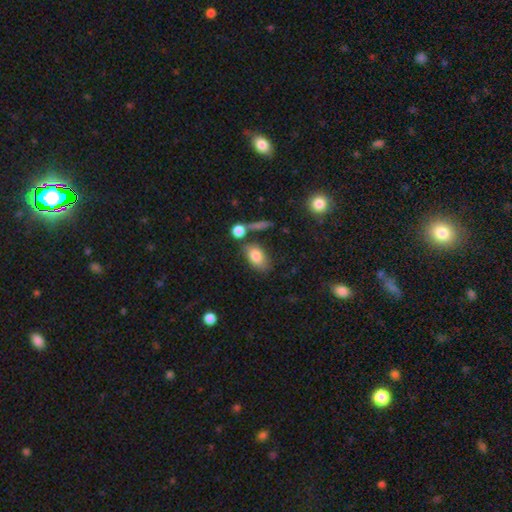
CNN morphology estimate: type=smooth (80%); roundness=in between (87%); merging=none (61%).